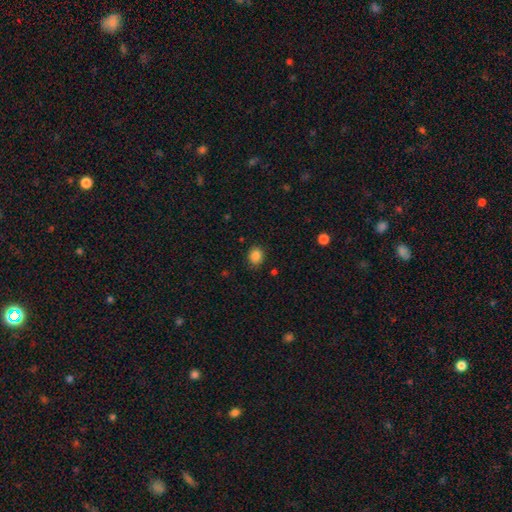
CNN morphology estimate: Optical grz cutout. It shows a smooth galaxy with no disk features (86%) that is round (65%). Merging: none (87%).